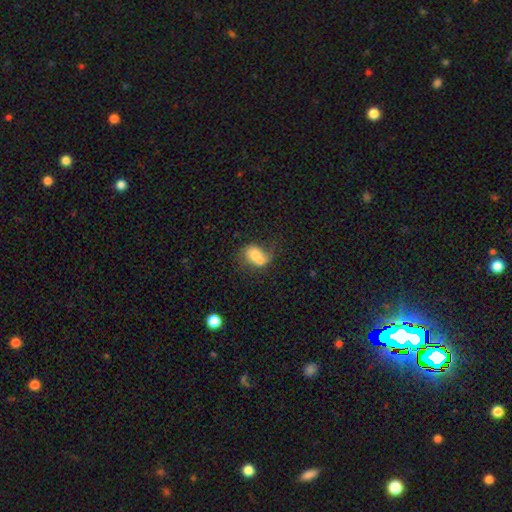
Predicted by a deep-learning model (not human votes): This is likely a smooth galaxy (67%). How rounded: likely in between (64%). Merging: possibly merger (45%).